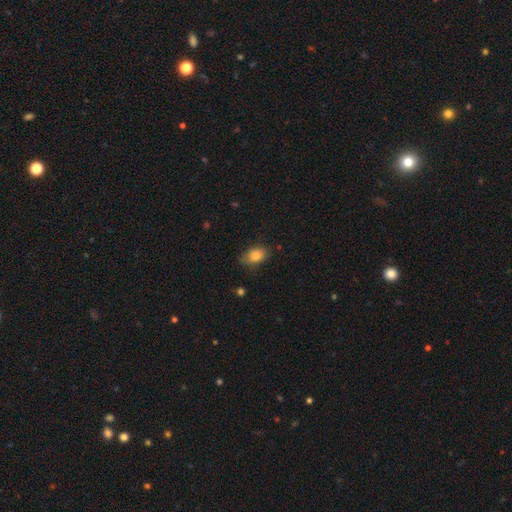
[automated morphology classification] Smooth or featured?
  - smooth: 84% *
  - star or artifact: 9%
  - featured or disk: 8%
How rounded?
  - in between: 78% *
  - round: 20%
  - cigar-shaped: 2%
Merging?
  - none: 68% *
  - minor disturbance: 25%
  - major disturbance: 6%
  - merger: 2%